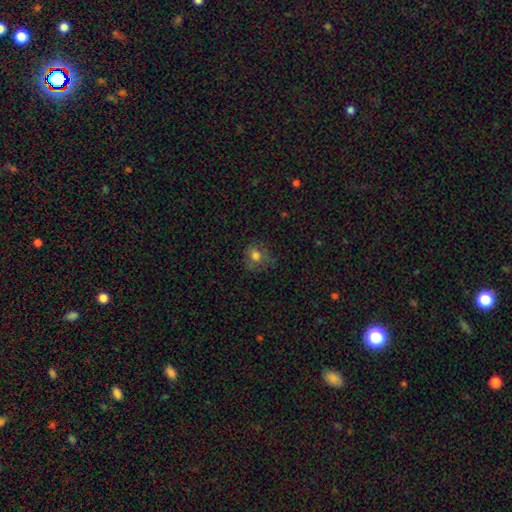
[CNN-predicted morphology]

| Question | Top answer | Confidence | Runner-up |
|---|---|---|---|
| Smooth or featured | smooth | 74% | featured or disk (13%) |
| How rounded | round | 76% | in between (23%) |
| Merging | none | 68% | minor disturbance (21%) |